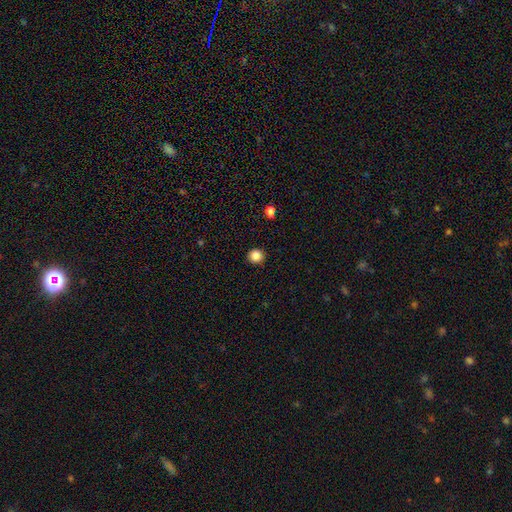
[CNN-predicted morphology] Smooth or featured? Predicted: smooth (p=0.85). How rounded? Predicted: round (p=0.92). Merging? Predicted: none (p=0.93).